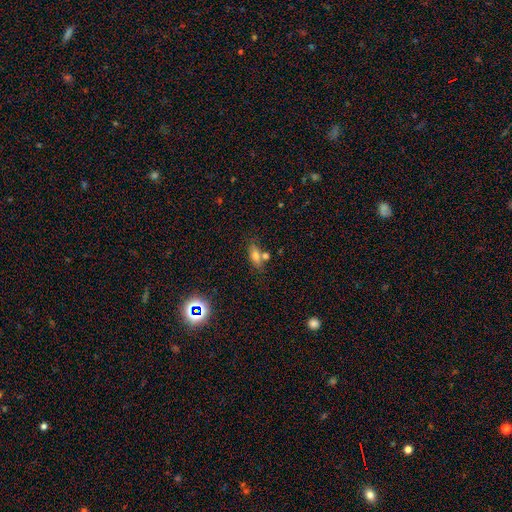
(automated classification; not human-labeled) Smooth or featured: smooth — 68% (featured or disk — 19%)
How rounded: in between — 78% (cigar-shaped — 15%)
Merging: none — 55% (merger — 26%)